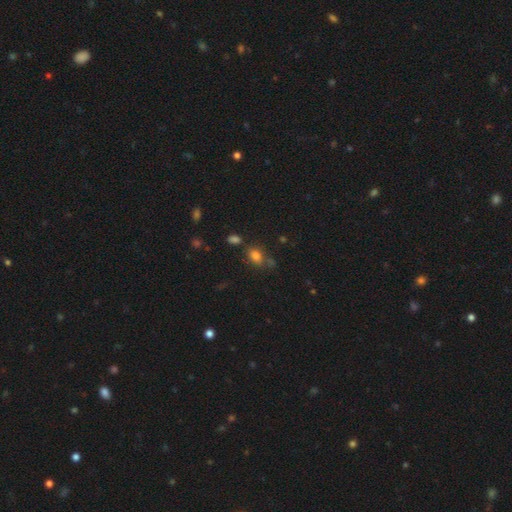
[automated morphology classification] smooth 79%, star or artifact 13%, featured or disk 8%. Down the decision tree: how rounded — in between (78%); merging — none (64%).